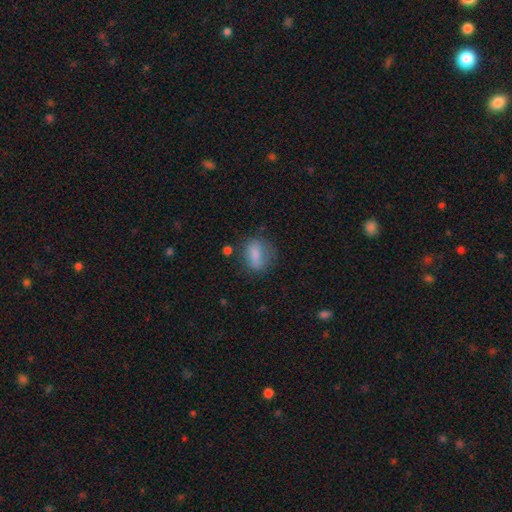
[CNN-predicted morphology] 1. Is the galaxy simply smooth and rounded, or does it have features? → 74% smooth, 17% featured or disk, 9% star or artifact.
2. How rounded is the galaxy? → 67% in between, 26% round, 6% cigar-shaped.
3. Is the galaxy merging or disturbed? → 60% none, 24% minor disturbance, 12% major disturbance, 4% merger.